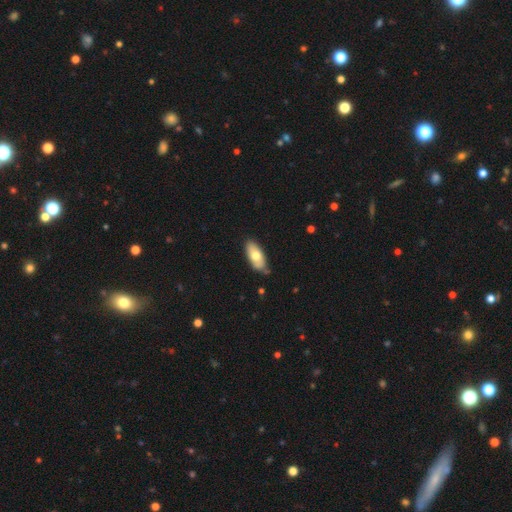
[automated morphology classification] A smooth galaxy with no disk features (67%) that is in between round and cigar-shaped (88%). Merging: none (76%).